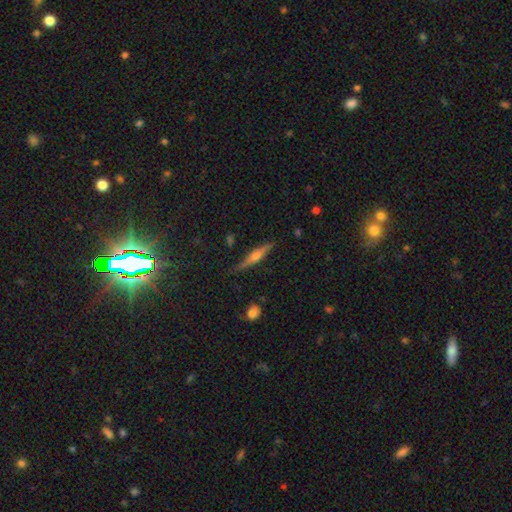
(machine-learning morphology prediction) Smooth or featured?
  - featured or disk: 66% *
  - smooth: 27%
  - star or artifact: 7%
Edge-on disk?
  - yes: 97% *
  - no: 3%
Edge-on bulge?
  - rounded: 86% *
  - boxy: 8%
  - none: 6%
Merging?
  - none: 86% *
  - minor disturbance: 10%
  - major disturbance: 2%
  - merger: 2%